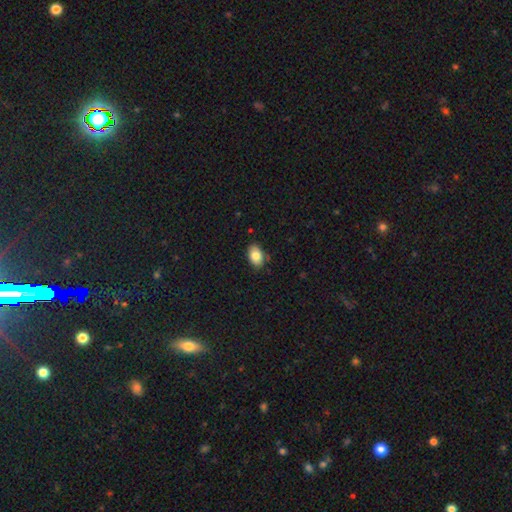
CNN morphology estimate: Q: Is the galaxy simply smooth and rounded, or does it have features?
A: smooth — 83%.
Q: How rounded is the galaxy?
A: in between — 86%.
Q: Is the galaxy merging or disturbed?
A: none — 82%.